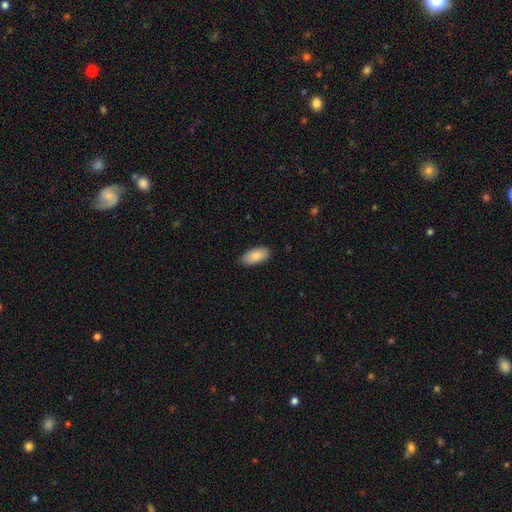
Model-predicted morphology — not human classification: smooth_or_featured: smooth (p=0.86) [alt: featured or disk p=0.07]
how_rounded: in between (p=0.93) [alt: cigar-shaped p=0.05]
merging: none (p=0.86) [alt: minor disturbance p=0.11]